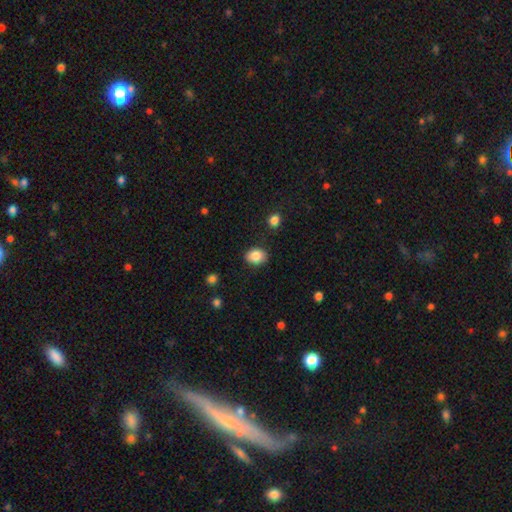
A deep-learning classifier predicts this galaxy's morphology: Q: Smooth or featured?
A: smooth (86%); runner-up: star or artifact (8%)
Q: How rounded?
A: in between (64%); runner-up: round (35%)
Q: Merging?
A: none (85%); runner-up: minor disturbance (11%)